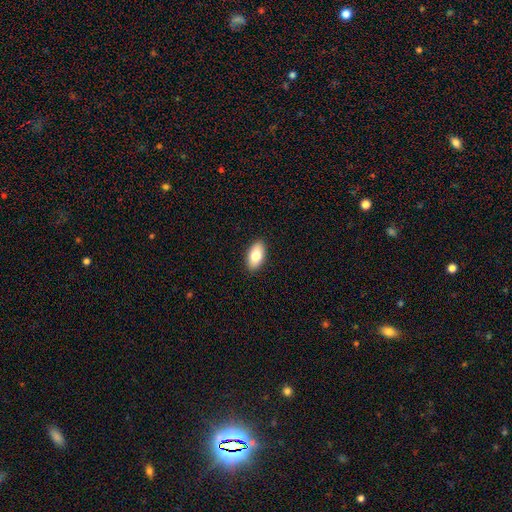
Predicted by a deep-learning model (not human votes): Smooth or featured: smooth — 80% (featured or disk — 13%)
How rounded: in between — 94% (round — 4%)
Merging: none — 90% (minor disturbance — 7%)